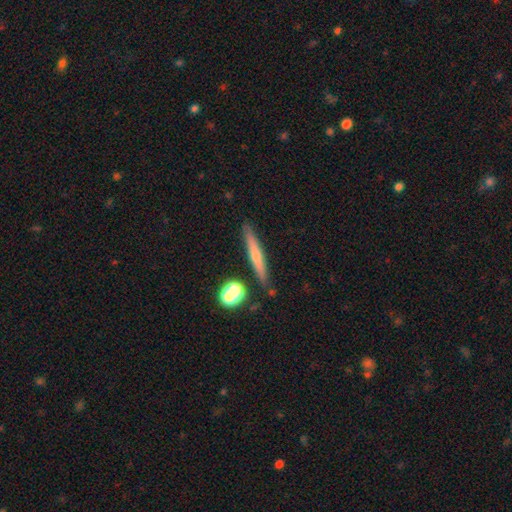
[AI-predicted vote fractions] Morphology: type=smooth (52%); roundness=cigar-shaped (92%); merging=none (84%).